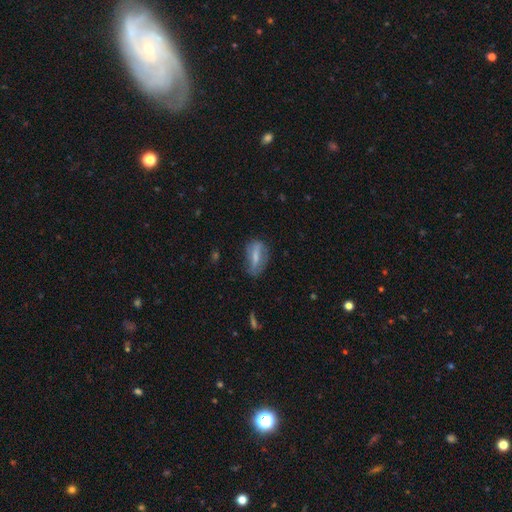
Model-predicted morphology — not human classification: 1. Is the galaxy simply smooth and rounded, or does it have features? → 52% smooth, 39% featured or disk, 9% star or artifact.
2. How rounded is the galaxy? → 72% in between, 21% cigar-shaped, 6% round.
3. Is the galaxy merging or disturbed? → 62% none, 26% minor disturbance, 10% major disturbance, 2% merger.